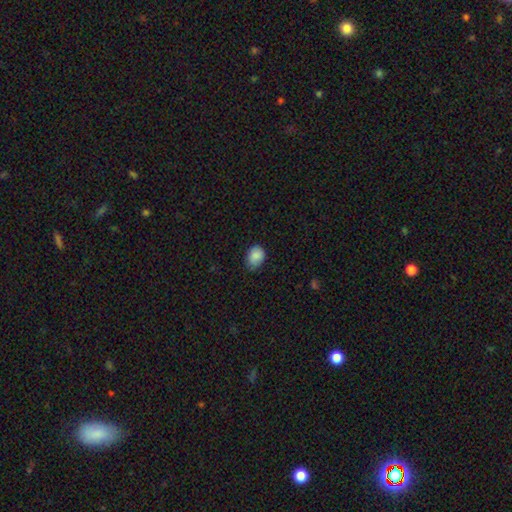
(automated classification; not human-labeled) A smooth galaxy with no disk features (87%) that is in between round and cigar-shaped (66%).

Vote fractions:
- Smooth or featured? smooth: 87% / star or artifact: 8% / featured or disk: 5%
- How rounded? in between: 66% / round: 33% / cigar-shaped: 1%
- Merging? none: 67% / minor disturbance: 28% / major disturbance: 4% / merger: 1%